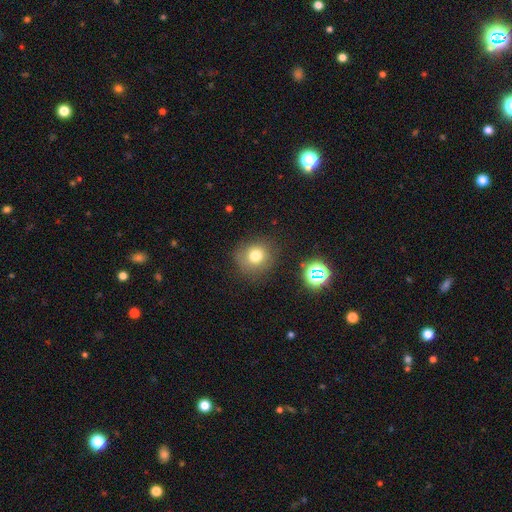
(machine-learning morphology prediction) Q: Smooth or featured?
A: smooth (75%); runner-up: star or artifact (15%)
Q: How rounded?
A: round (86%); runner-up: in between (13%)
Q: Merging?
A: none (80%); runner-up: minor disturbance (13%)